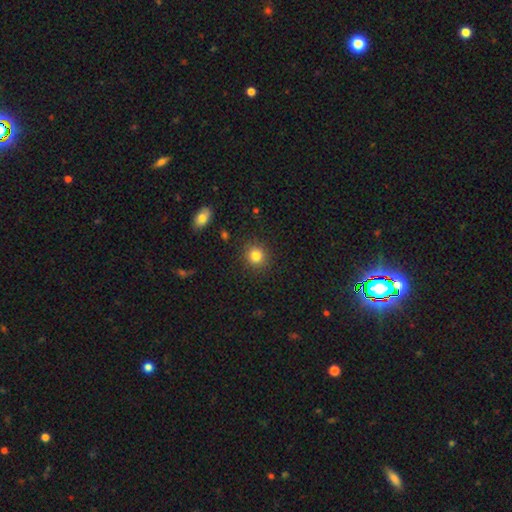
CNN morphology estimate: Smooth or featured?
  - smooth: 83% *
  - star or artifact: 11%
  - featured or disk: 6%
How rounded?
  - round: 89% *
  - in between: 10%
  - cigar-shaped: 1%
Merging?
  - none: 89% *
  - minor disturbance: 7%
  - major disturbance: 2%
  - merger: 1%